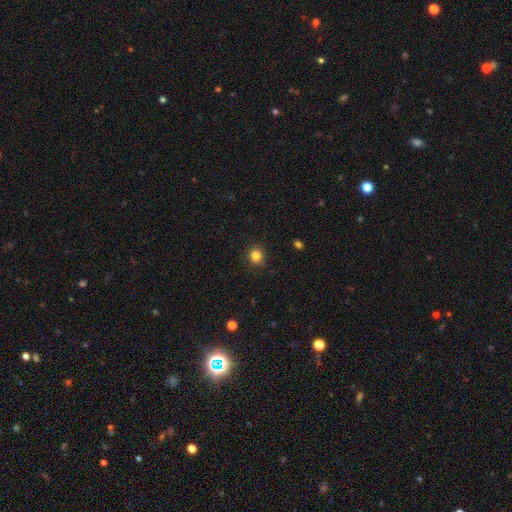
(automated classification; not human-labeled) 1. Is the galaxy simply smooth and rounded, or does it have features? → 83% smooth, 12% star or artifact, 5% featured or disk.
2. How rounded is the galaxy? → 89% round, 10% in between, 1% cigar-shaped.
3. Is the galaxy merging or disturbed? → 90% none, 7% minor disturbance, 2% major disturbance, 1% merger.